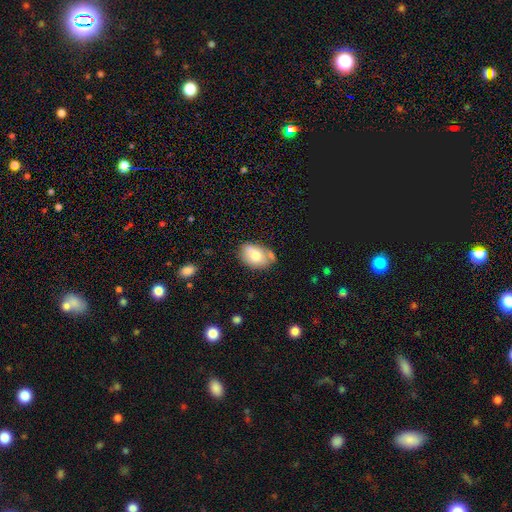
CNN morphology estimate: The model was most divided on "merging": none: 55%, minor disturbance: 26%, merger: 13%, major disturbance: 7%. More confident: how rounded — in between (83%); smooth or featured — smooth (66%).